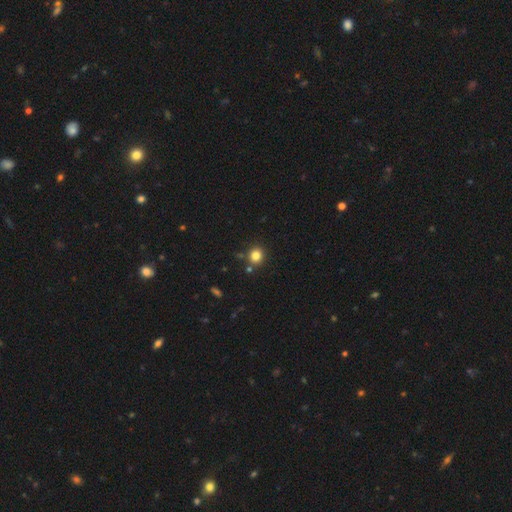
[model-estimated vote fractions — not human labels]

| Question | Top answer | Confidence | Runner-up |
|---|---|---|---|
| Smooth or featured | smooth | 82% | star or artifact (13%) |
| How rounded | round | 87% | in between (12%) |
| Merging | none | 82% | minor disturbance (8%) |